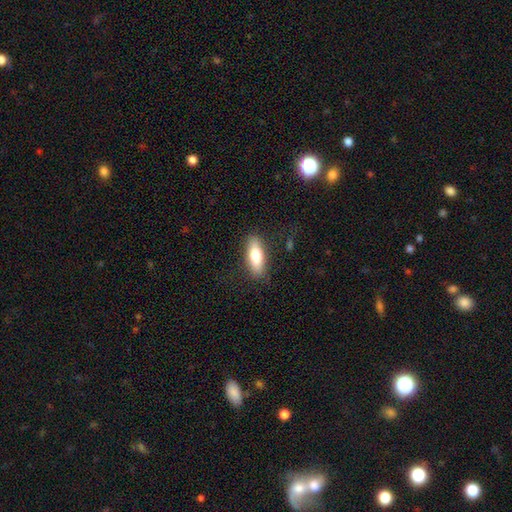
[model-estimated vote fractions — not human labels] smooth_or_featured: smooth (p=0.74) [alt: featured or disk p=0.20]
how_rounded: in between (p=0.65) [alt: cigar-shaped p=0.33]
merging: none (p=0.85) [alt: minor disturbance p=0.11]